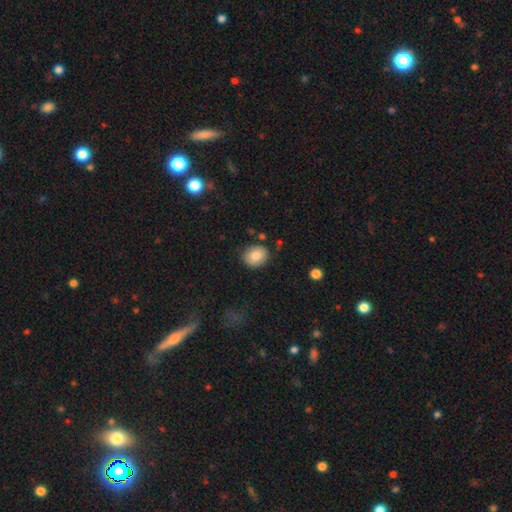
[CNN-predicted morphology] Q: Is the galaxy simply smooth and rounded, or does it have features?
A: smooth — 81%.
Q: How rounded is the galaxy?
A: round — 75%.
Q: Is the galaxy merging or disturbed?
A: none — 83%.